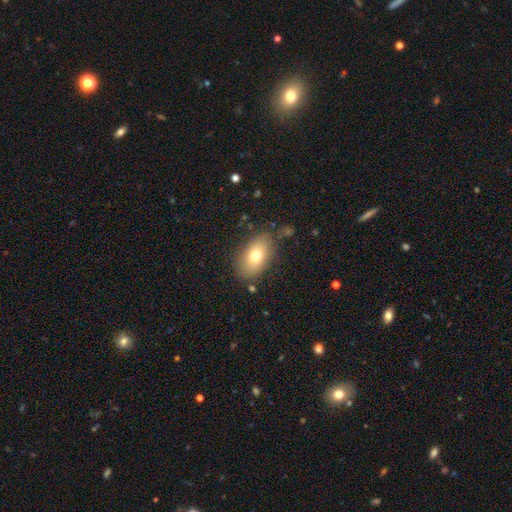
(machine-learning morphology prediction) Smooth or featured? smooth (73%)
How rounded? in between (88%)
Merging? none (80%)